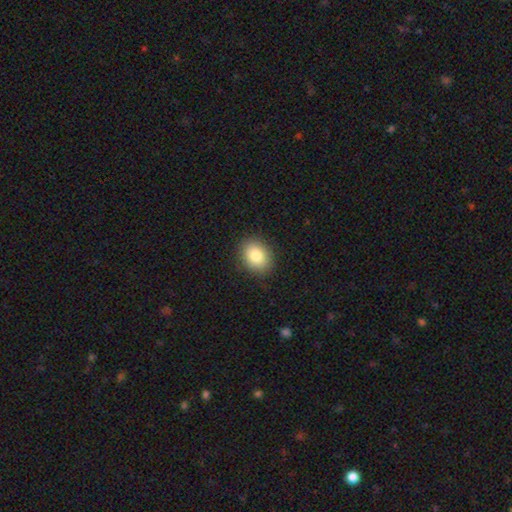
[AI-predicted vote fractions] Smooth or featured: smooth — 84% (star or artifact — 8%)
How rounded: in between — 62% (round — 37%)
Merging: none — 88% (minor disturbance — 8%)